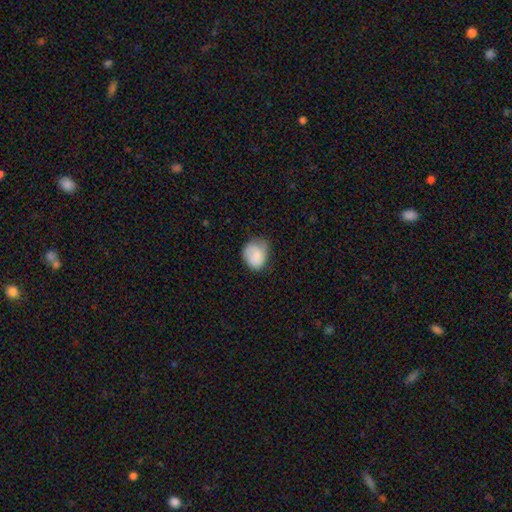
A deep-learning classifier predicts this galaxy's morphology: The model was most divided on "merging": none: 53%, minor disturbance: 35%, major disturbance: 10%, merger: 1%. More confident: smooth or featured — smooth (79%); how rounded — round (59%).